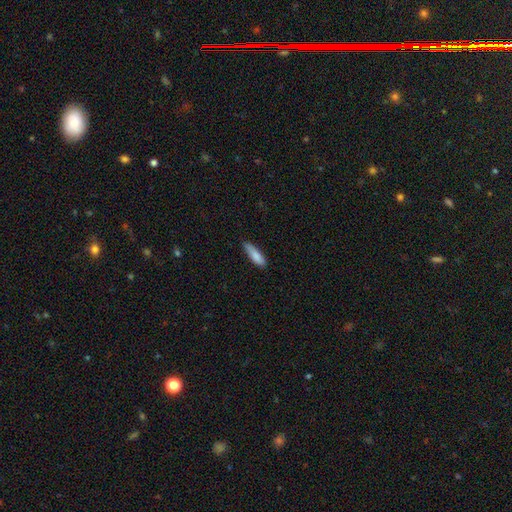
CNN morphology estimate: This appears to be a smooth galaxy with no disk features (84%) that is cigar-shaped (59%). Merging: none (72%).